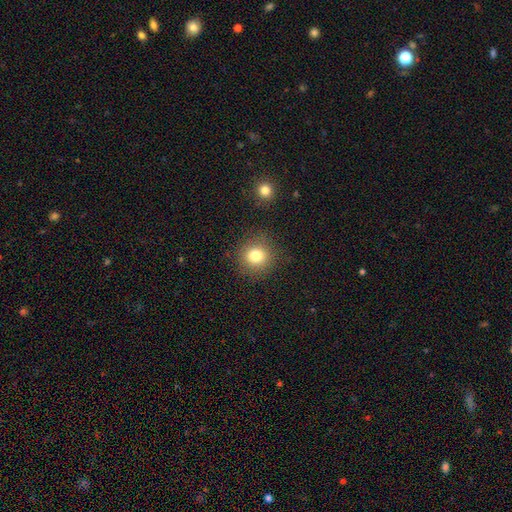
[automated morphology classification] Smooth or featured? smooth (79%)
How rounded? round (90%)
Merging? none (86%)